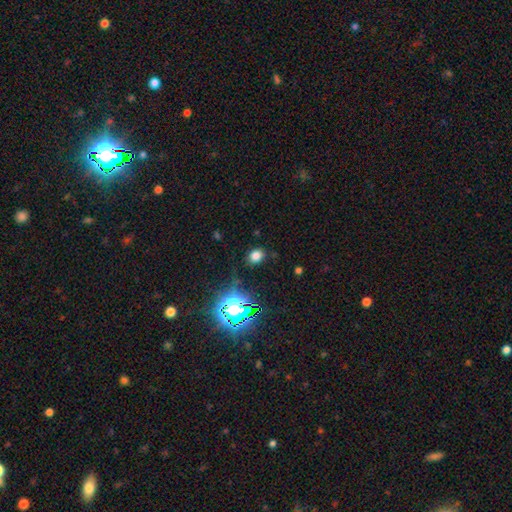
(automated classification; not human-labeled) Smooth or featured? Predicted: smooth (p=0.72). How rounded? Predicted: in between (p=0.50). Merging? Predicted: none (p=0.83).